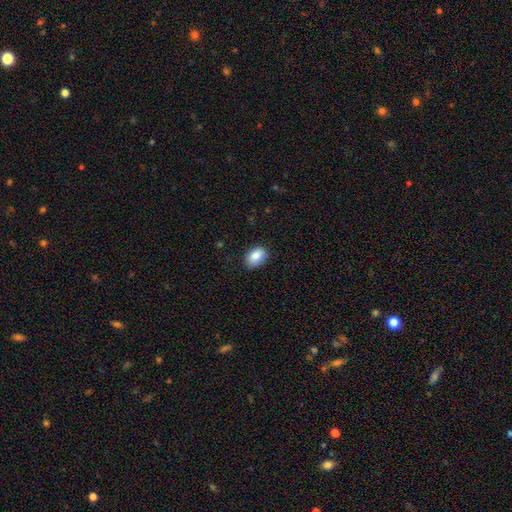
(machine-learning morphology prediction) This is clearly a smooth galaxy (86%). How rounded: likely in between (79%). Merging: clearly none (84%).